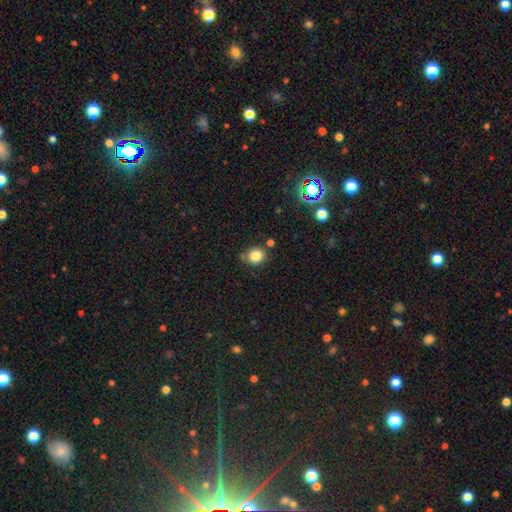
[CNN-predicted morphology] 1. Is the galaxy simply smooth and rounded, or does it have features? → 83% smooth, 12% star or artifact, 5% featured or disk.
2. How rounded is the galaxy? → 82% round, 17% in between, 1% cigar-shaped.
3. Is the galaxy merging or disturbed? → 76% none, 14% minor disturbance, 7% merger, 4% major disturbance.